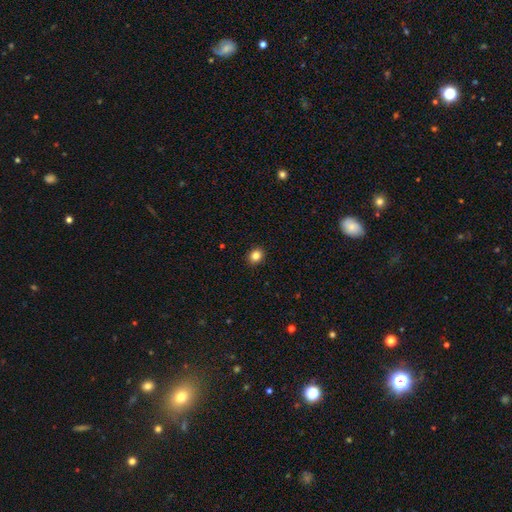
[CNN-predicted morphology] Smooth or featured? smooth (84%)
How rounded? round (76%)
Merging? none (92%)